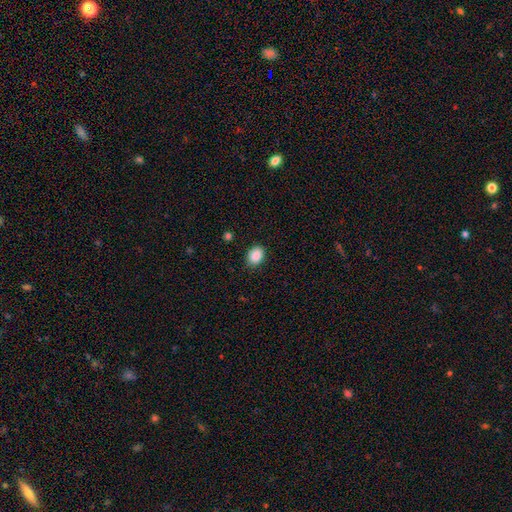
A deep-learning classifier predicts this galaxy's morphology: A smooth galaxy with no disk features (89%) that is in between round and cigar-shaped (68%). Merging: none (85%).